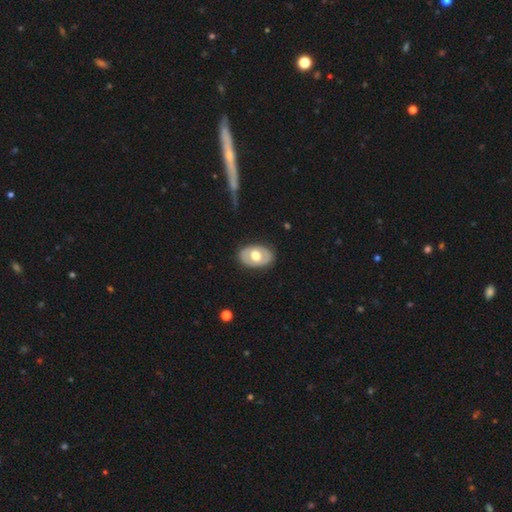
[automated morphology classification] This is possibly a smooth galaxy (48%). Merging: clearly none (83%).